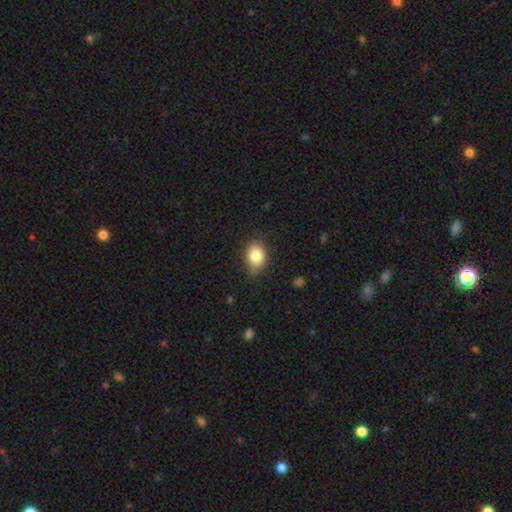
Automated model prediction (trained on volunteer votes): smooth 84%, star or artifact 9%, featured or disk 7%. Down the decision tree: how rounded — in between (62%); merging — none (73%).